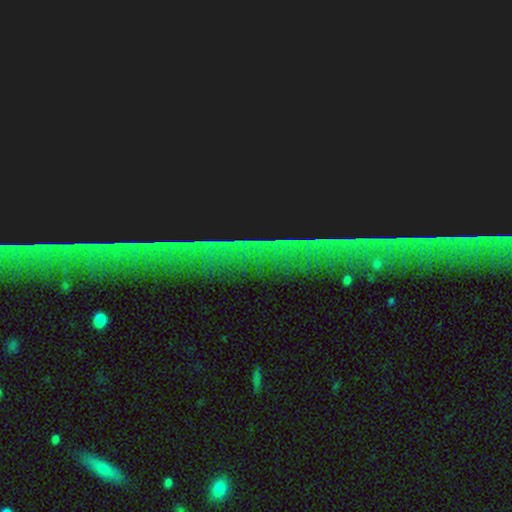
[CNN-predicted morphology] A star or artifact, not a galaxy (85%).

Vote fractions:
- Smooth or featured? star or artifact: 85% / featured or disk: 8% / smooth: 6%